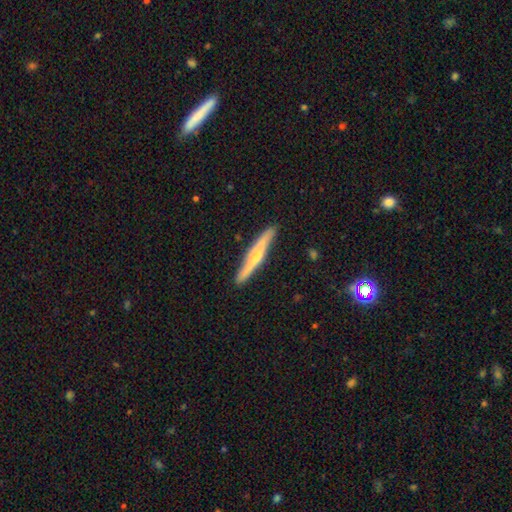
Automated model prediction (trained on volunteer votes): smooth-or-featured: featured or disk: 54% | smooth: 41% | star or artifact: 5%
  disk-edge-on: yes: 92% | no: 8%
  merging: none: 87% | minor disturbance: 10% | major disturbance: 2% | merger: 1%